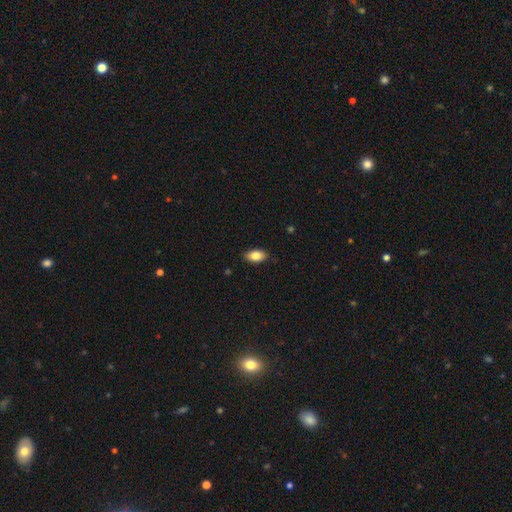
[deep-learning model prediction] A smooth galaxy with no disk features (82%) that is in between round and cigar-shaped (91%). Merging: none (87%).